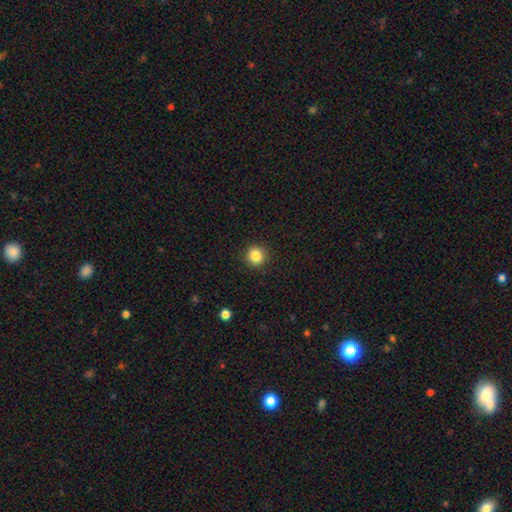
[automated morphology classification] smooth_or_featured: smooth (p=0.85) [alt: star or artifact p=0.10]
how_rounded: round (p=0.90) [alt: in between p=0.09]
merging: none (p=0.92) [alt: minor disturbance p=0.05]